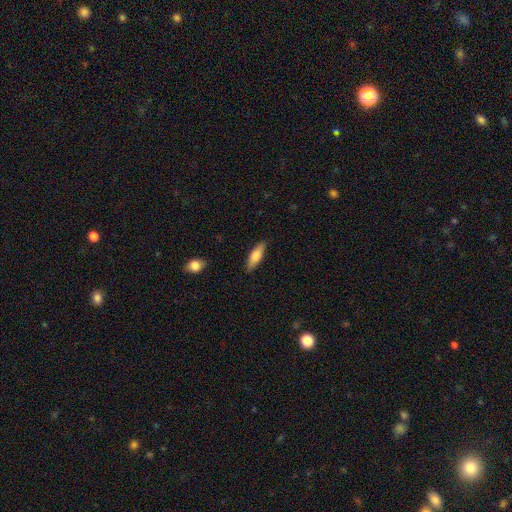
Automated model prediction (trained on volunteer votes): smooth 70%, featured or disk 24%, star or artifact 6%. Down the decision tree: how rounded — in between (52%); merging — none (87%).